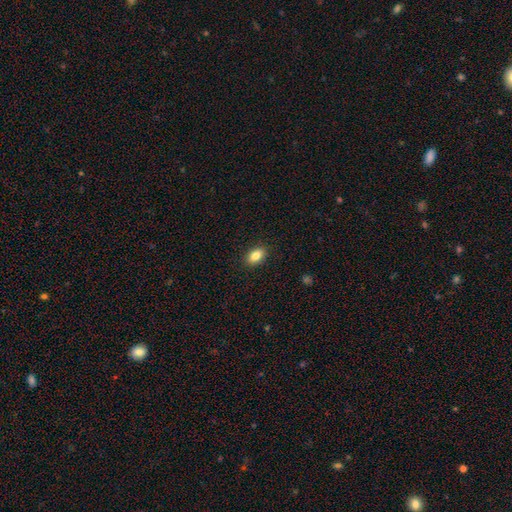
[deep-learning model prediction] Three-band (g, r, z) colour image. It shows a smooth galaxy with no disk features (84%) that is in between round and cigar-shaped (87%). Merging: none (90%).